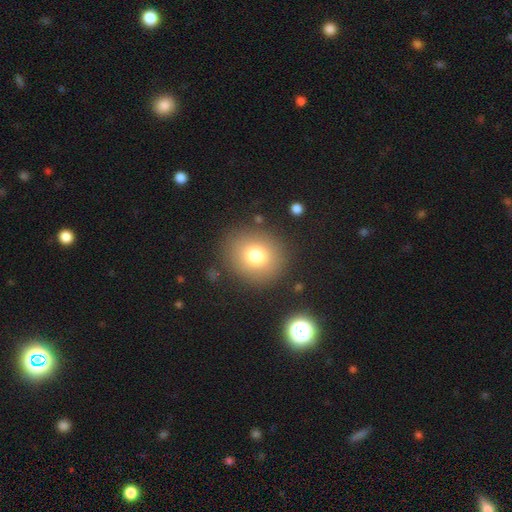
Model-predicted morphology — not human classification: smooth 75%, star or artifact 13%, featured or disk 11%. Down the decision tree: how rounded — round (84%); merging — none (86%).